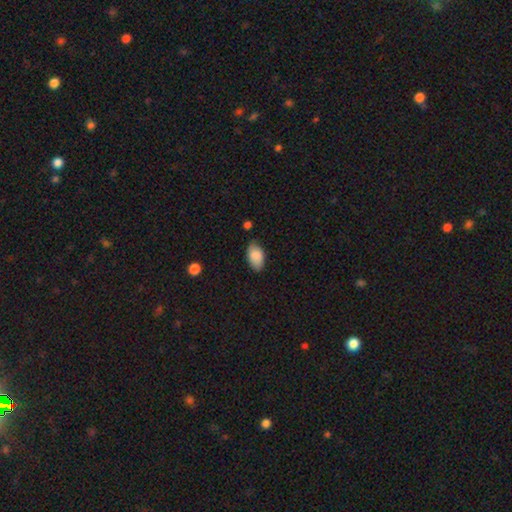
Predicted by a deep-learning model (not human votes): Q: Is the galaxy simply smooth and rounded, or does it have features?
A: smooth — 85%.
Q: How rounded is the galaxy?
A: in between — 94%.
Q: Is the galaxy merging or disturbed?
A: none — 74%.